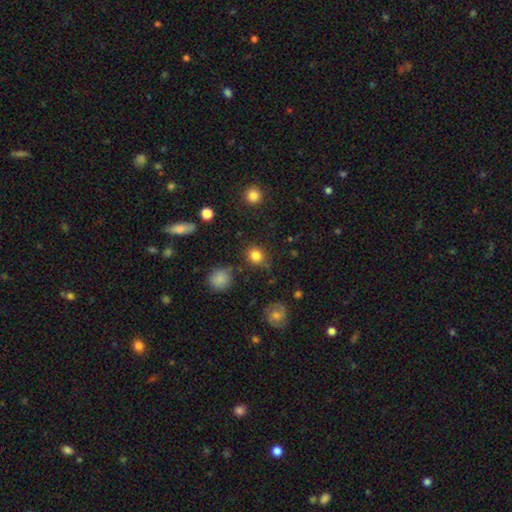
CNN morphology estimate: smooth-or-featured: smooth: 83% | star or artifact: 12% | featured or disk: 6%
  how-rounded: round: 77% | in between: 22% | cigar-shaped: 1%
  merging: none: 80% | minor disturbance: 13% | major disturbance: 4% | merger: 3%